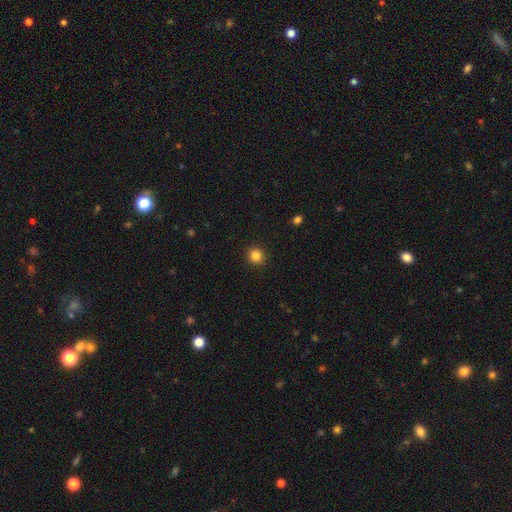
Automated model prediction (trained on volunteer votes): This is clearly a smooth galaxy (84%). How rounded: clearly round (90%). Merging: clearly none (92%).